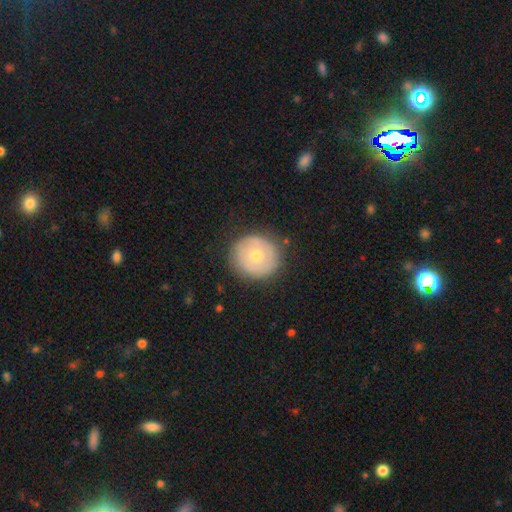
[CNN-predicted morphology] smooth 58%, featured or disk 35%, star or artifact 7%. Down the decision tree: how rounded — round (92%); merging — none (87%).